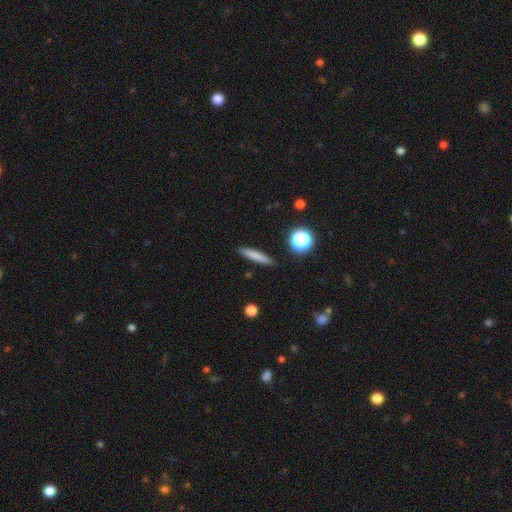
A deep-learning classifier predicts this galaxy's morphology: A smooth galaxy with no disk features (76%) that is cigar-shaped (90%). Merging: none (90%).